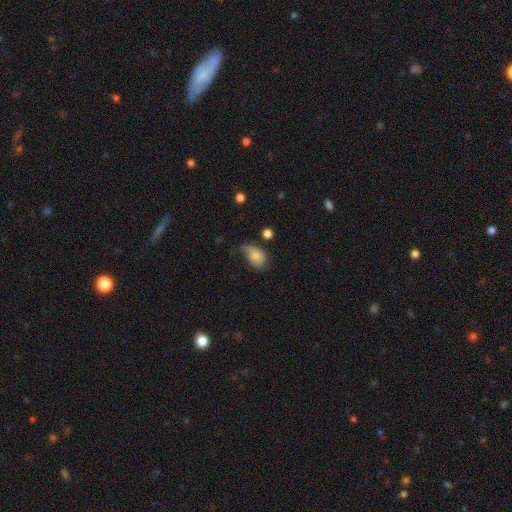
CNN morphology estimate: Smooth or featured: smooth — 77% (featured or disk — 15%)
How rounded: in between — 78% (round — 21%)
Merging: minor disturbance — 40% (none — 32%)